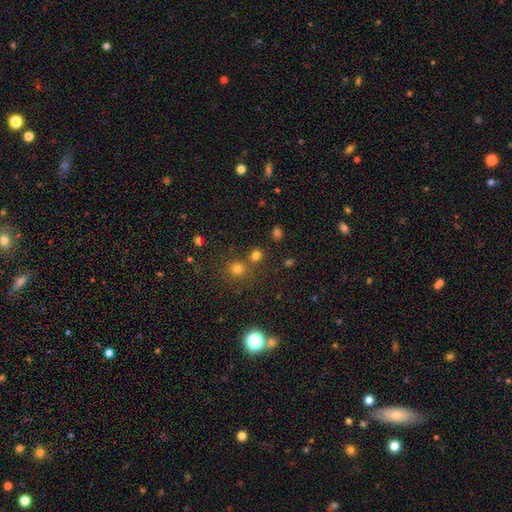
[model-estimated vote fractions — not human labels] Smooth or featured? smooth (74%)
How rounded? round (88%)
Merging? none (70%)